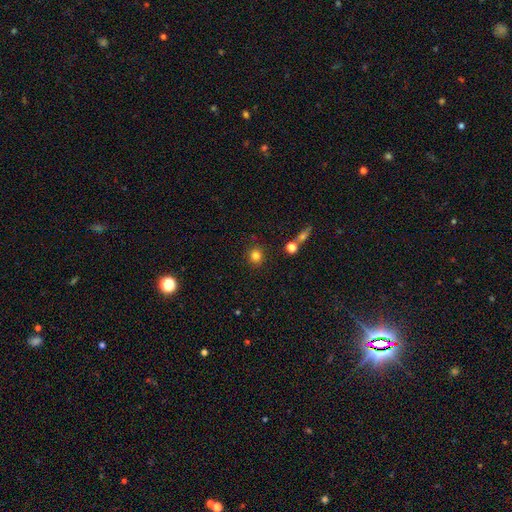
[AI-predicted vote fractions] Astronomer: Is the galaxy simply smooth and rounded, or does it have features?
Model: smooth — 81%.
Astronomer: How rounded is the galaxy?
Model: round — 91%.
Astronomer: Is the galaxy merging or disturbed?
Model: none — 87%.